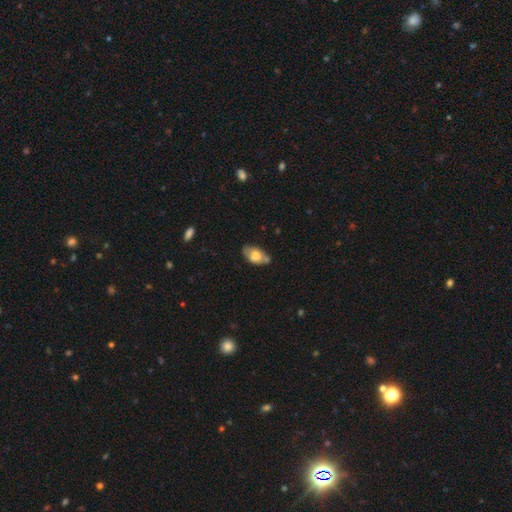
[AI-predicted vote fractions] Smooth or featured? smooth (65%)
How rounded? in between (92%)
Merging? none (49%)